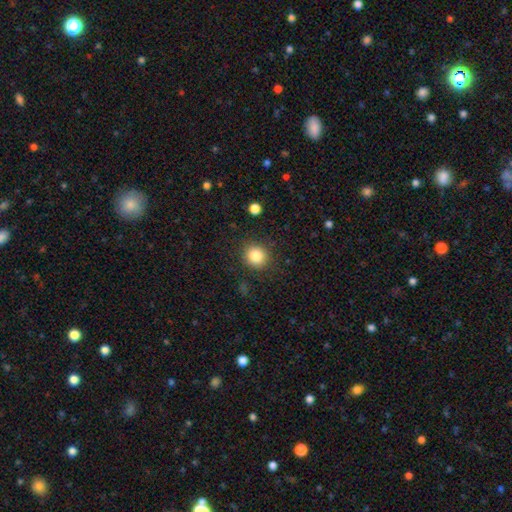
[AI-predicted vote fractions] The model was most divided on "how rounded": round: 85%, in between: 14%, cigar-shaped: 1%. More confident: merging — none (87%); smooth or featured — smooth (84%).